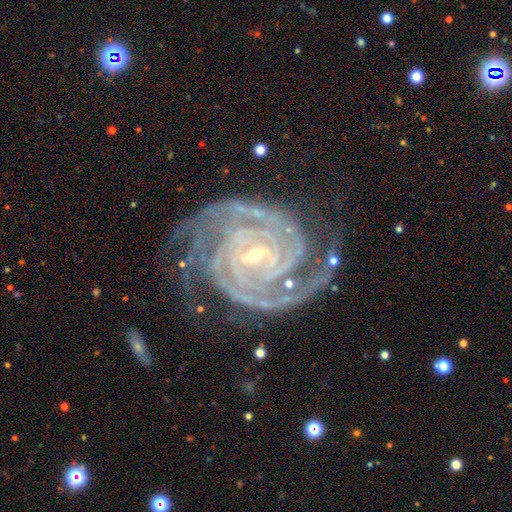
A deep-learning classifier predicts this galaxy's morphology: smooth_or_featured: featured or disk (p=0.93) [alt: star or artifact p=0.04]
disk_edge_on: no (p=0.98) [alt: yes p=0.02]
bar: no (p=0.38) [alt: weak p=0.36]
has_spiral_arms: yes (p=0.99) [alt: no p=0.01]
spiral_winding: tight (p=0.81) [alt: medium p=0.17]
spiral_arm_count: 2 (p=0.38) [alt: 3 p=0.21]
bulge_size: small (p=0.75) [alt: moderate p=0.22]
merging: none (p=0.72) [alt: minor disturbance p=0.18]